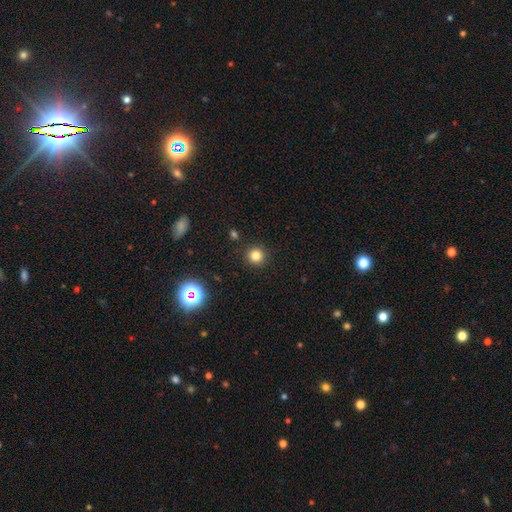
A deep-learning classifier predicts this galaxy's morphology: A smooth galaxy with no disk features (81%) that is round (94%).

Vote fractions:
- Smooth or featured? smooth: 81% / star or artifact: 14% / featured or disk: 5%
- How rounded? round: 94% / in between: 5% / cigar-shaped: 1%
- Merging? none: 91% / minor disturbance: 5% / major disturbance: 2% / merger: 2%